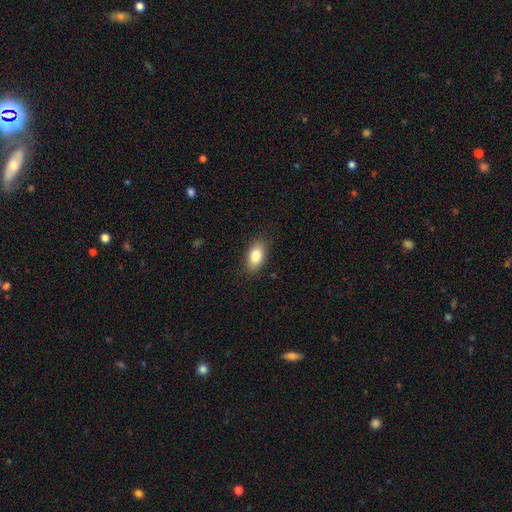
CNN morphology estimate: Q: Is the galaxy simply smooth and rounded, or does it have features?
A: smooth — 83%.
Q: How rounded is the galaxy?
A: in between — 90%.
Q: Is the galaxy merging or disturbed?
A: none — 87%.